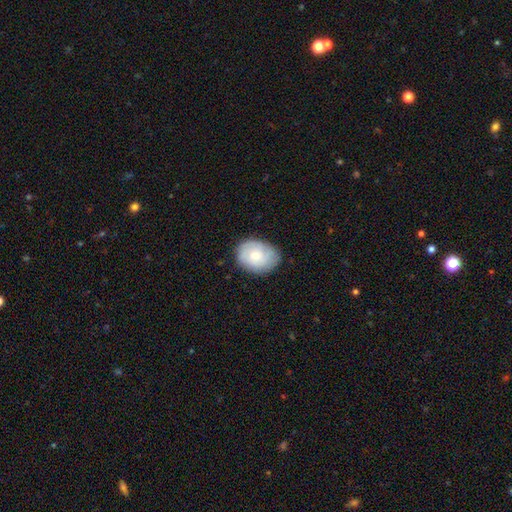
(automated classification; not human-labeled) Overall: smooth (67%). How rounded: in between (69%; round 30%). Merging: none (78%).